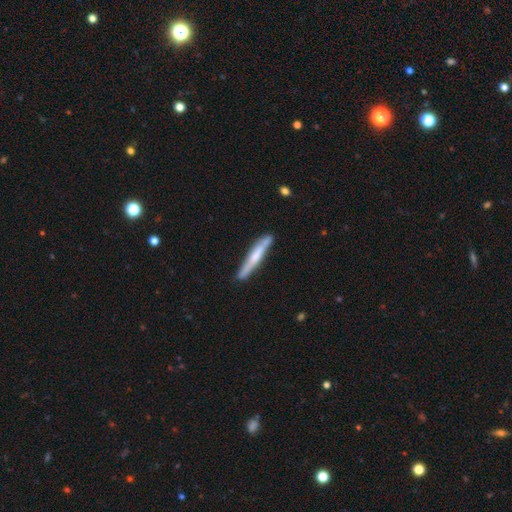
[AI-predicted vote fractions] Smooth or featured?
  - smooth: 48% *
  - featured or disk: 46%
  - star or artifact: 5%
Merging?
  - none: 83% *
  - minor disturbance: 12%
  - merger: 2%
  - major disturbance: 2%